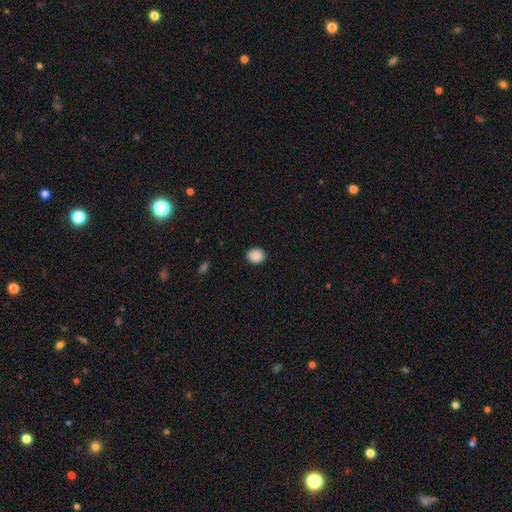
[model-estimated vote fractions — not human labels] The model was most divided on "how rounded": round: 77%, in between: 22%, cigar-shaped: 1%. More confident: merging — none (91%); smooth or featured — smooth (89%).